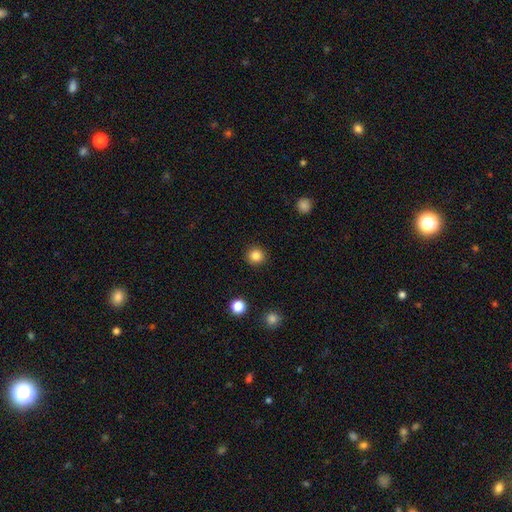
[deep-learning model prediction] This is clearly a smooth galaxy (84%). How rounded: clearly round (93%). Merging: clearly none (92%).